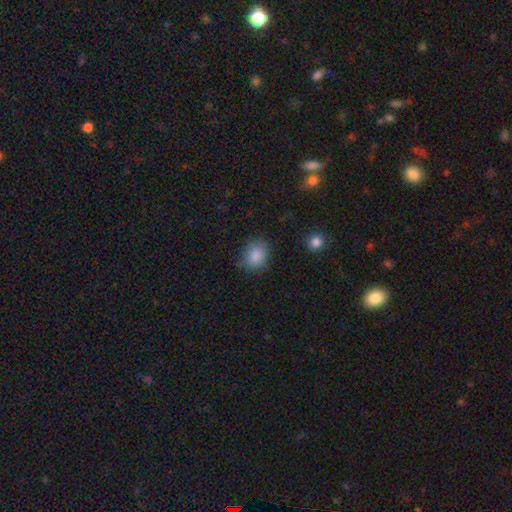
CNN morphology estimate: Smooth or featured? Predicted: smooth (p=0.87). How rounded? Predicted: round (p=0.57). Merging? Predicted: none (p=0.78).